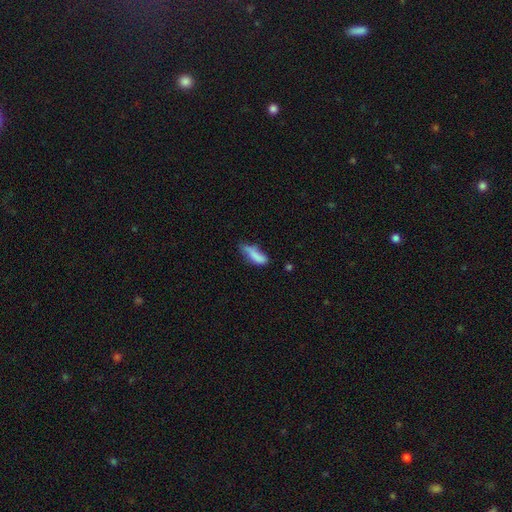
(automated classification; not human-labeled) smooth-or-featured: smooth: 78% | featured or disk: 14% | star or artifact: 9%
  how-rounded: in between: 55% | cigar-shaped: 43% | round: 2%
  merging: none: 38% (tied) | minor disturbance: 38% (tied) | major disturbance: 17% | merger: 7%